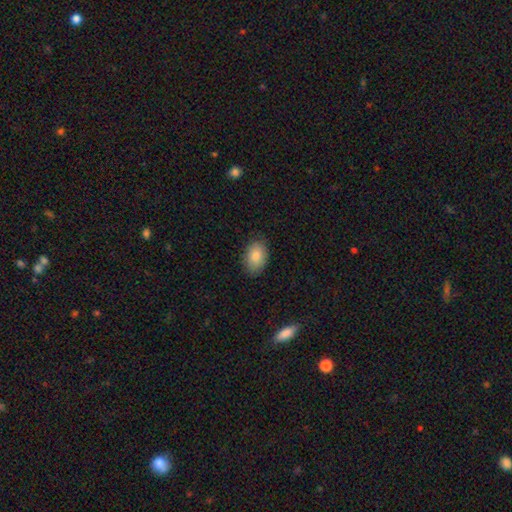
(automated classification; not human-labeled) The model was most divided on "merging": none: 85%, minor disturbance: 12%, major disturbance: 2%, merger: 1%. More confident: how rounded — in between (87%); smooth or featured — smooth (85%).